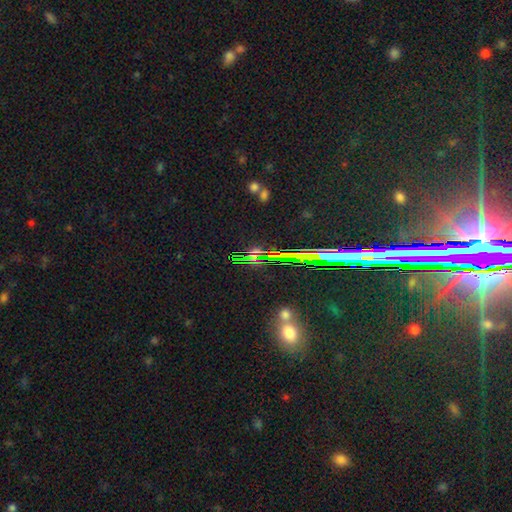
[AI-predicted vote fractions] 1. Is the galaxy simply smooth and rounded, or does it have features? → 68% star or artifact, 20% featured or disk, 12% smooth.